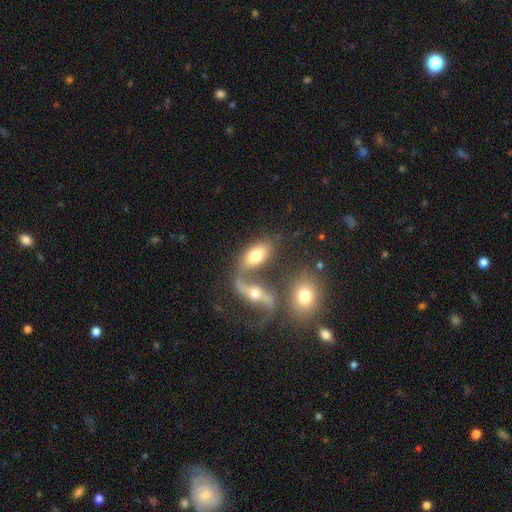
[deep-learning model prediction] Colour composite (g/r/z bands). It shows a smooth galaxy with no disk features (65%) that is in between round and cigar-shaped (88%). Merging: none (42%).